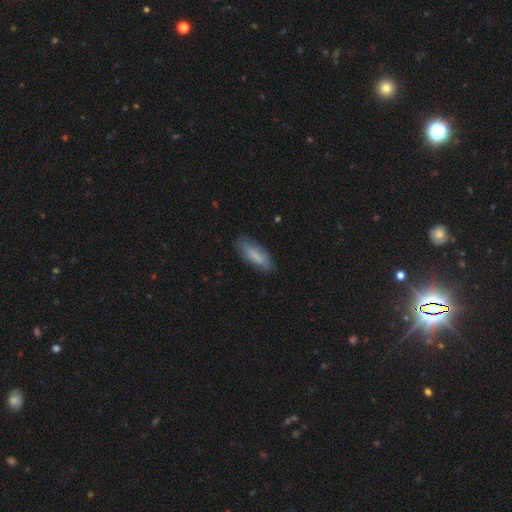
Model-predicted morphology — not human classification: smooth-or-featured: smooth: 73% | featured or disk: 20% | star or artifact: 7%
  how-rounded: in between: 62% | cigar-shaped: 36% | round: 2%
  merging: none: 76% | minor disturbance: 19% | major disturbance: 4% | merger: 1%